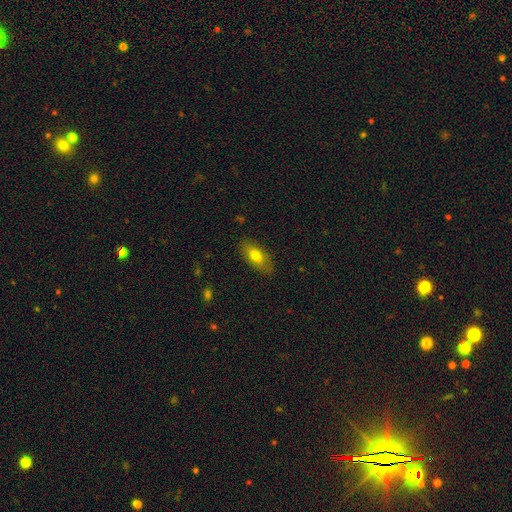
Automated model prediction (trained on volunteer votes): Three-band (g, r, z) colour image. It shows a smooth galaxy with no disk features (73%) that is in between round and cigar-shaped (86%). Merging: none (84%).